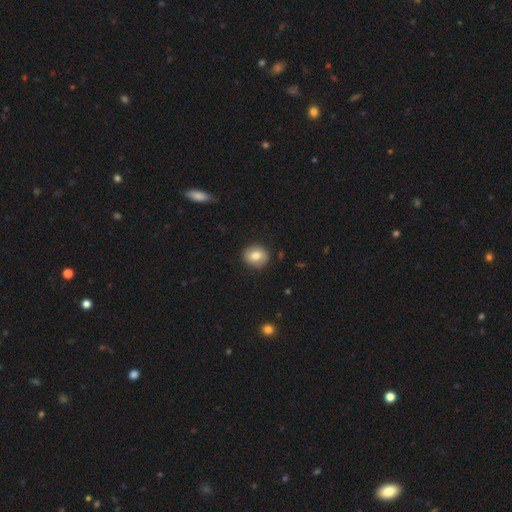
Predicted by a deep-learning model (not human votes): smooth 78%, featured or disk 13%, star or artifact 8%. Down the decision tree: how rounded — round (77%); merging — none (88%).